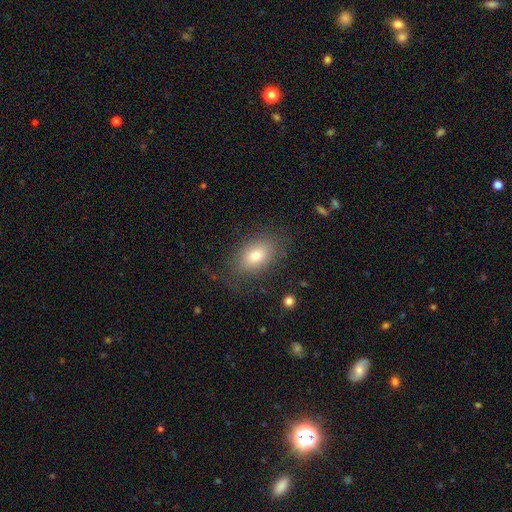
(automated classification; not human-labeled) smooth 75%, featured or disk 15%, star or artifact 10%. Down the decision tree: how rounded — in between (86%); merging — none (76%).